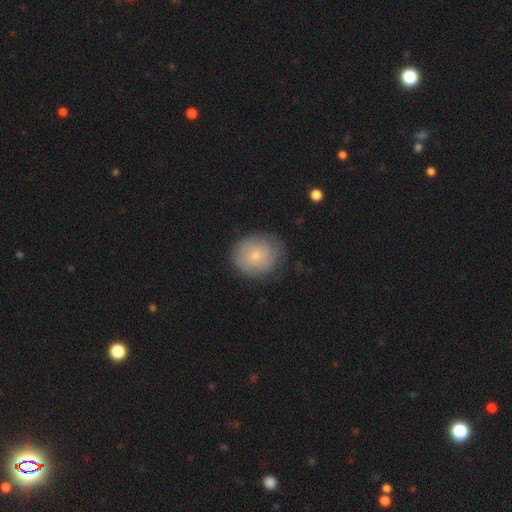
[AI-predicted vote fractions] Smooth or featured: smooth — 55% (featured or disk — 38%)
How rounded: round — 75% (in between — 24%)
Merging: none — 71% (minor disturbance — 21%)